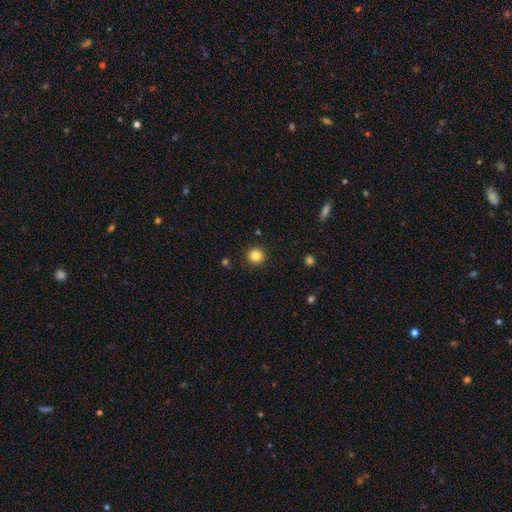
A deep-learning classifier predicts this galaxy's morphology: smooth-or-featured: smooth: 83% | star or artifact: 12% | featured or disk: 5%
  how-rounded: round: 94% | in between: 5% | cigar-shaped: 1%
  merging: none: 92% | minor disturbance: 5% | major disturbance: 2% | merger: 1%